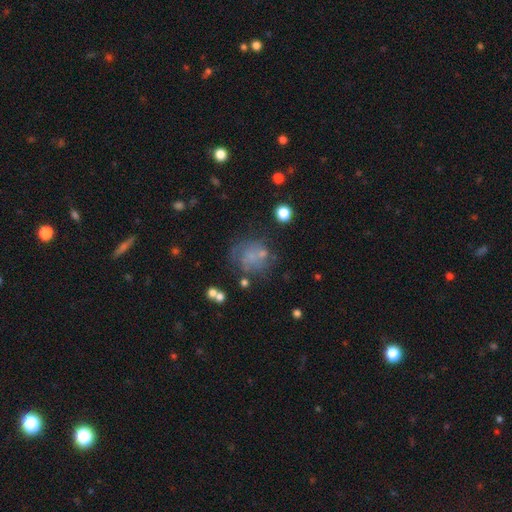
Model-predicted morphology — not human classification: Smooth or featured?
  - smooth: 48% *
  - featured or disk: 32%
  - star or artifact: 21%
Merging?
  - none: 53% *
  - minor disturbance: 21%
  - major disturbance: 18%
  - merger: 8%